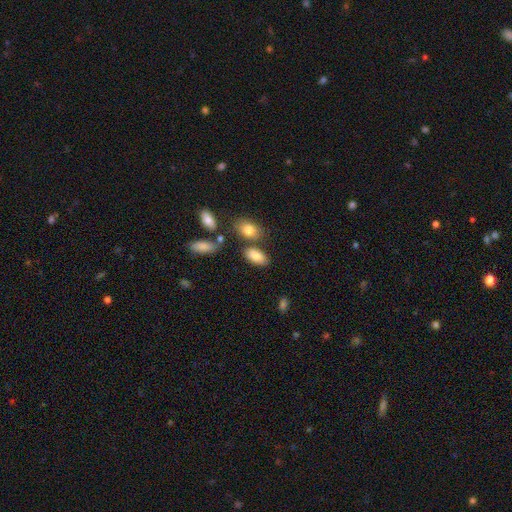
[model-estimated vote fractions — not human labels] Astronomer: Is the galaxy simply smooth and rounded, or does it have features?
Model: smooth — 84%.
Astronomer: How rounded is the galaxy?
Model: in between — 92%.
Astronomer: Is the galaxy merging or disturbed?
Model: none — 71%.